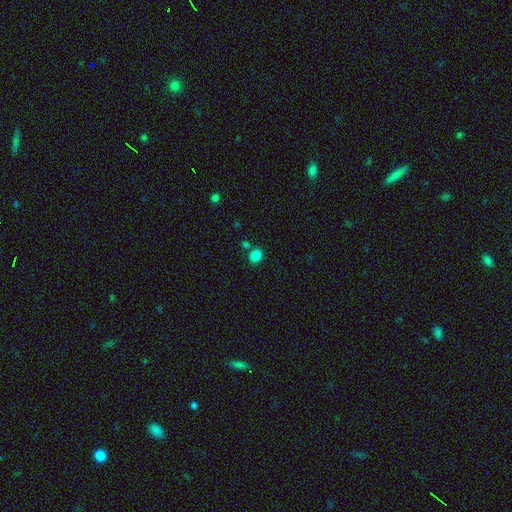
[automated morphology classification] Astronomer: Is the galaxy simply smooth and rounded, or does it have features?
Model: smooth — 83%.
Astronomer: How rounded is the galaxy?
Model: round — 63%.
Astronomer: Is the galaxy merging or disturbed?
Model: none — 75%.